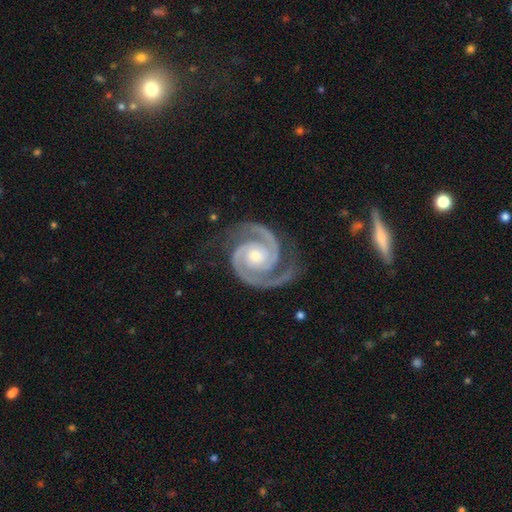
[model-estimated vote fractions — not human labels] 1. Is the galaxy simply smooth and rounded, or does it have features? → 94% featured or disk, 4% star or artifact, 2% smooth.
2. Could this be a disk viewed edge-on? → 98% no, 2% yes.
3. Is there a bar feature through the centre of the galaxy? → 71% no, 20% weak, 9% strong.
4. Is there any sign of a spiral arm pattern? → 99% yes, 1% no.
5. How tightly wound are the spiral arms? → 64% tight, 33% medium, 3% loose.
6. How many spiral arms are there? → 93% 2, 2% 3, 1% can't tell, 1% 1, 1% 4, 1% more than 4.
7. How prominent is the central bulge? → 51% moderate, 42% small, 4% large, 3% none, 1% dominant.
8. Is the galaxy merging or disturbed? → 80% none, 14% minor disturbance, 5% major disturbance, 1% merger.